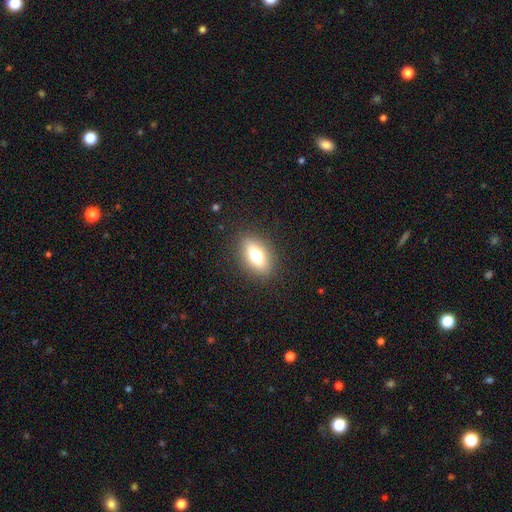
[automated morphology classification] A smooth galaxy with no disk features (67%) that is in between round and cigar-shaped (79%). Merging: none (87%).